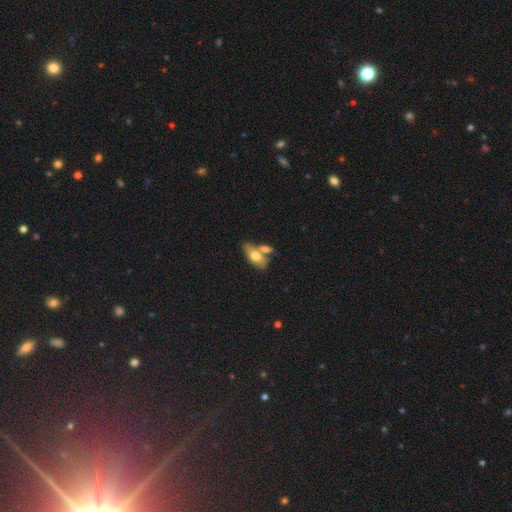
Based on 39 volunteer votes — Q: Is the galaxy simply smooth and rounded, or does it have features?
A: smooth — 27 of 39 (69%).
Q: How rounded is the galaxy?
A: in between — 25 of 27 (93%).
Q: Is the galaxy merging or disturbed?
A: merger — 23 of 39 (59%).